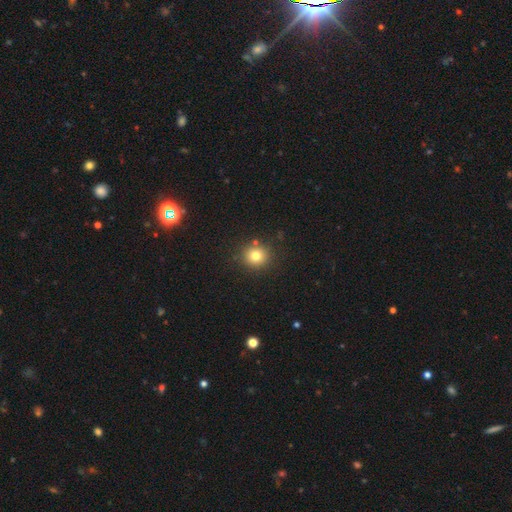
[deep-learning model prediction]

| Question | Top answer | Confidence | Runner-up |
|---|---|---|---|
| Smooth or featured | smooth | 78% | star or artifact (13%) |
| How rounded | round | 89% | in between (10%) |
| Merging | none | 85% | minor disturbance (8%) |